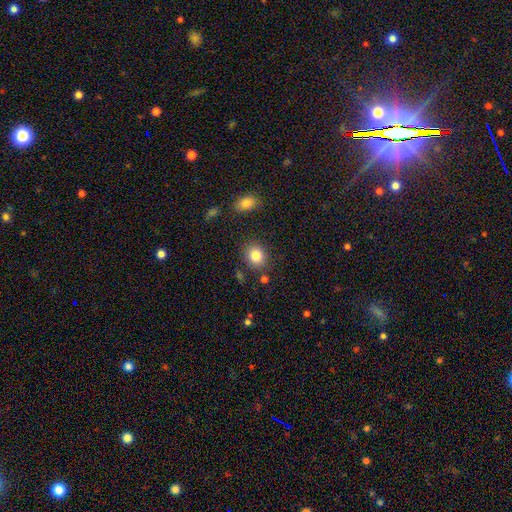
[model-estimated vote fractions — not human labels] Overall: smooth (85%). How rounded: round (69%; in between 30%). Merging: none (83%).